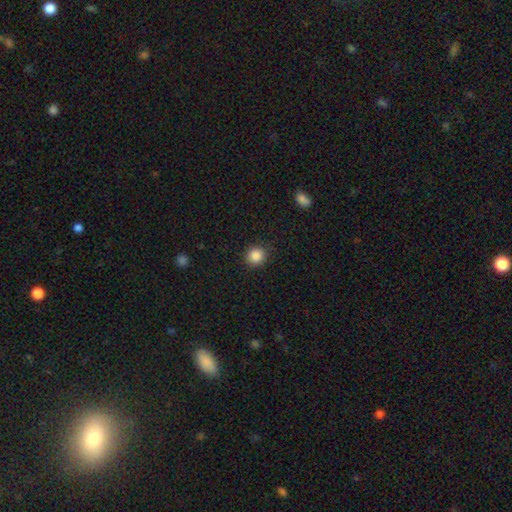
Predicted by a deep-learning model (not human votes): Smooth or featured? Predicted: smooth (p=0.87). How rounded? Predicted: round (p=0.89). Merging? Predicted: none (p=0.89).